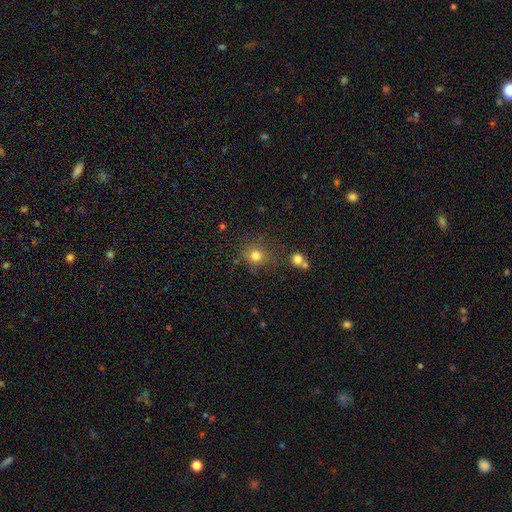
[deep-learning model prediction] smooth 78%, star or artifact 15%, featured or disk 7%. Down the decision tree: how rounded — round (87%); merging — none (75%).